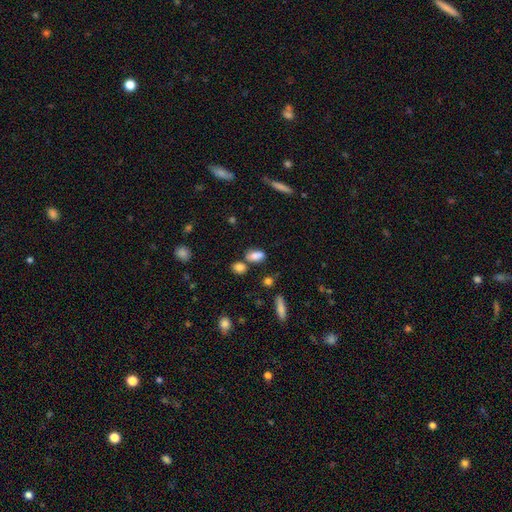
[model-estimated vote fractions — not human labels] smooth_or_featured: smooth (p=0.81) [alt: star or artifact p=0.10]
how_rounded: in between (p=0.83) [alt: round p=0.09]
merging: none (p=0.59) [alt: merger p=0.20]